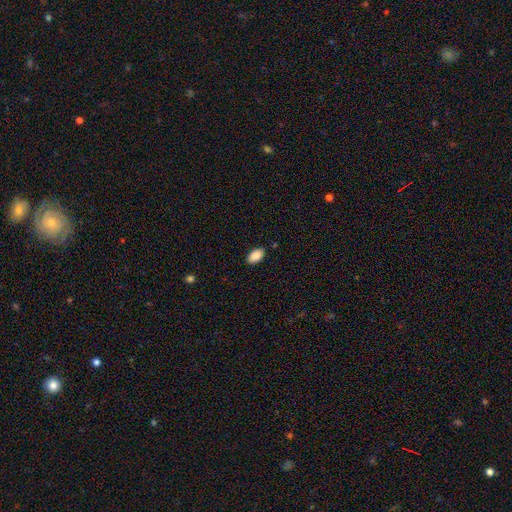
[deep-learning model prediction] Q: Smooth or featured?
A: smooth (88%); runner-up: star or artifact (7%)
Q: How rounded?
A: in between (94%); runner-up: round (4%)
Q: Merging?
A: none (87%); runner-up: minor disturbance (9%)